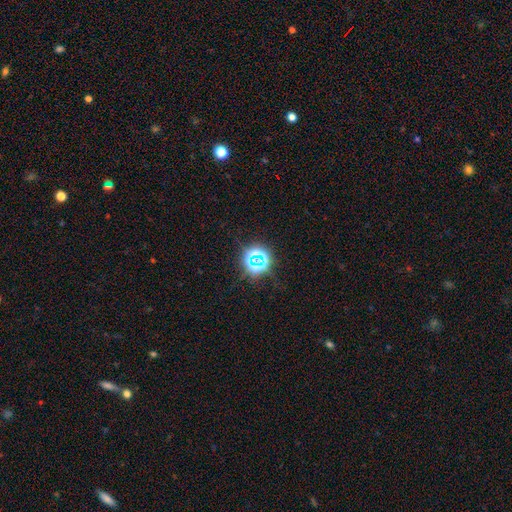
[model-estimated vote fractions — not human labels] Smooth or featured? Predicted: star or artifact (p=0.74).